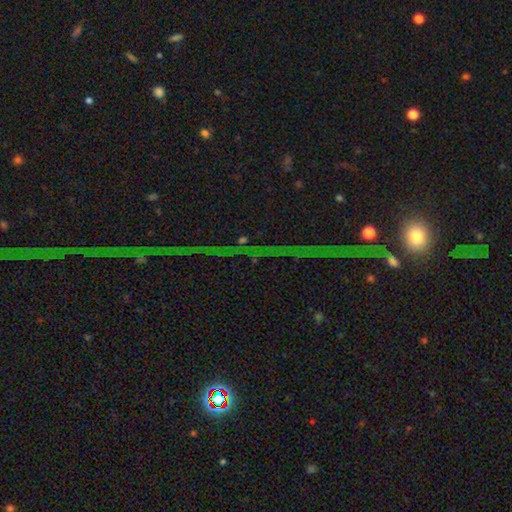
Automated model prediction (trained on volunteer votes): smooth-or-featured: star or artifact: 75% | featured or disk: 13% | smooth: 12%